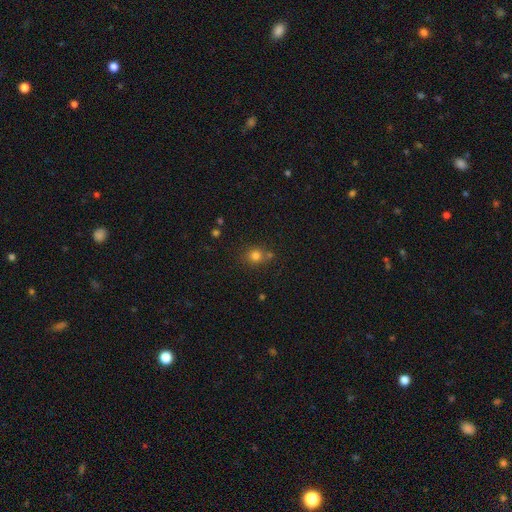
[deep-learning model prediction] smooth 78%, star or artifact 15%, featured or disk 7%. Down the decision tree: how rounded — round (83%); merging — none (68%).